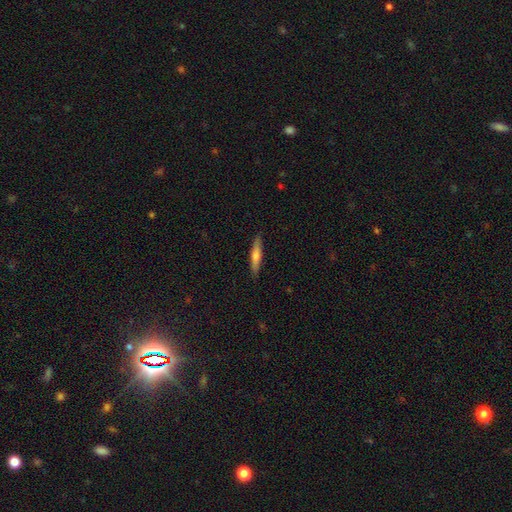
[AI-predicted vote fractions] This is possibly a smooth galaxy (58%). How rounded: clearly cigar-shaped (87%). Merging: clearly none (89%).